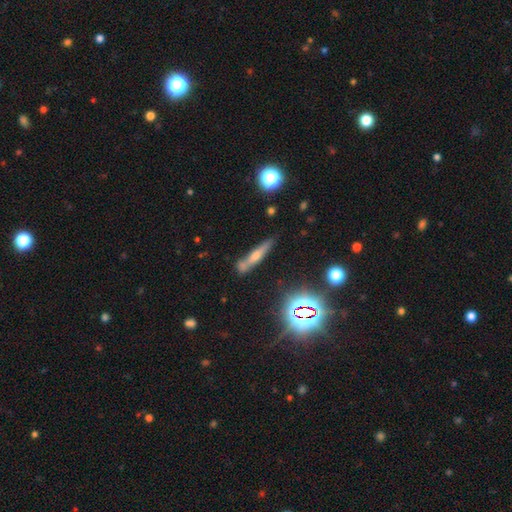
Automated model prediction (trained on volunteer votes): This is marginally a featured or disk galaxy (43%). Merging: likely none (68%).